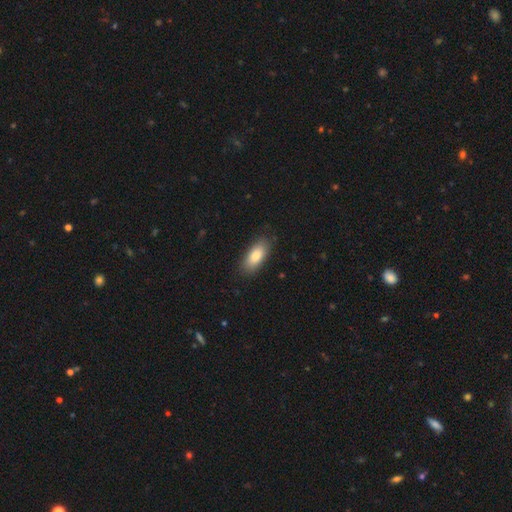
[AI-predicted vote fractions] A smooth galaxy with no disk features (84%) that is in between round and cigar-shaped (85%). Merging: none (85%).